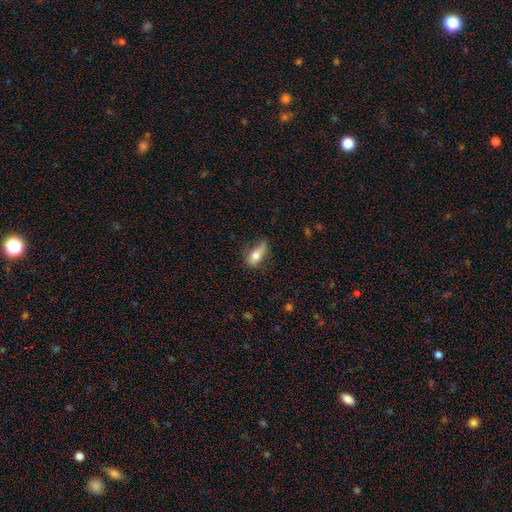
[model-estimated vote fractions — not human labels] Smooth or featured: smooth — 69% (featured or disk — 23%)
How rounded: in between — 74% (cigar-shaped — 21%)
Merging: none — 46% (minor disturbance — 36%)